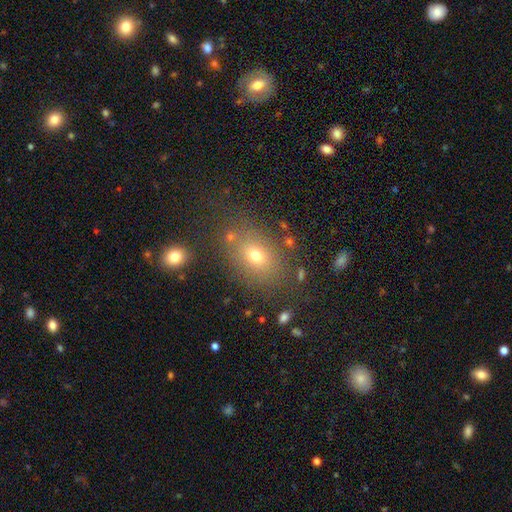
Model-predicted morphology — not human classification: Smooth or featured? smooth (69%)
How rounded? in between (70%)
Merging? none (76%)